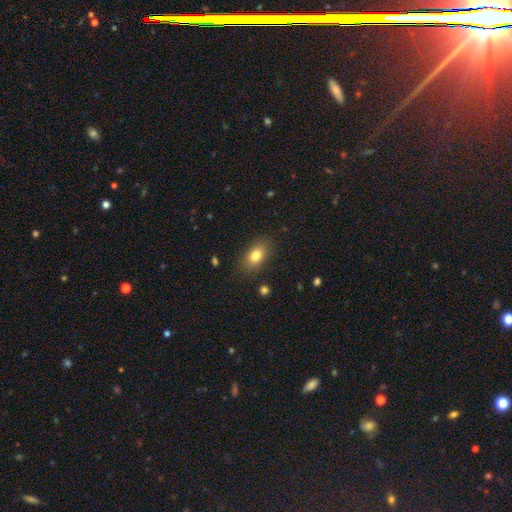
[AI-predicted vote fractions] Overall: smooth (80%). How rounded: in between (85%). Merging: none (84%).